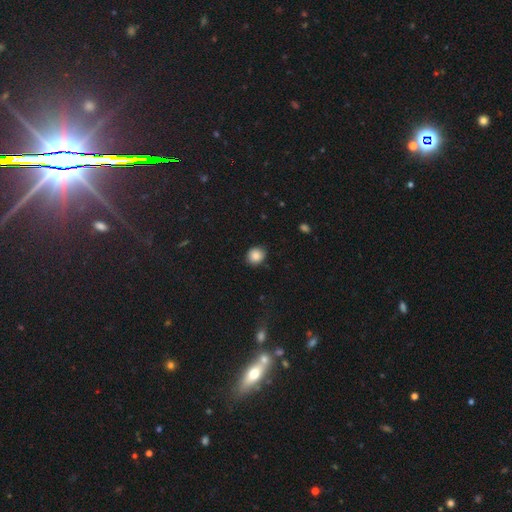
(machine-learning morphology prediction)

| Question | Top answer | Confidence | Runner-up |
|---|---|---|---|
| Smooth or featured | smooth | 86% | star or artifact (9%) |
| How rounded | round | 80% | in between (19%) |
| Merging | none | 84% | minor disturbance (13%) |